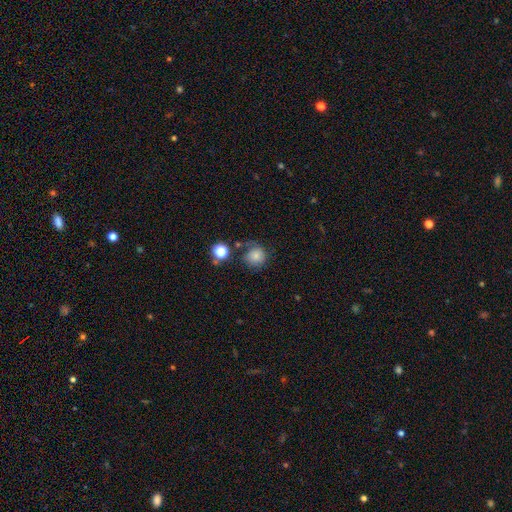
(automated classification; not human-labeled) smooth_or_featured: smooth (p=0.73) [alt: featured or disk p=0.14]
how_rounded: round (p=0.87) [alt: in between p=0.12]
merging: none (p=0.55) [alt: minor disturbance p=0.23]